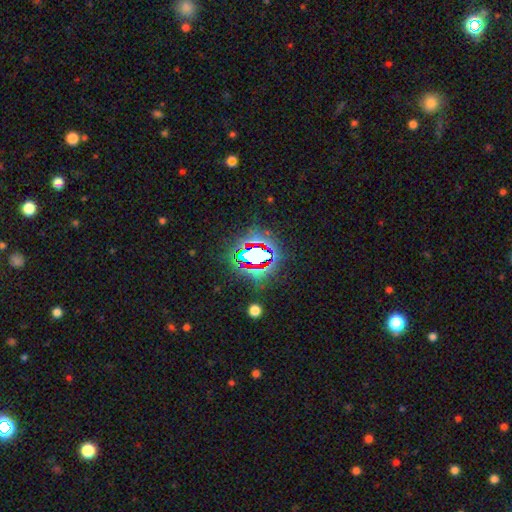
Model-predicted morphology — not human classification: Q: Smooth or featured?
A: star or artifact (67%); runner-up: smooth (20%)